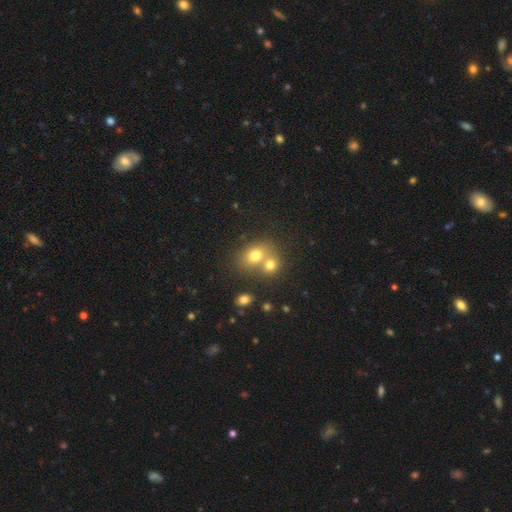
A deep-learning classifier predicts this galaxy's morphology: Smooth or featured: smooth — 72% (featured or disk — 15%)
How rounded: round — 54% (in between — 45%)
Merging: merger — 57% (none — 32%)